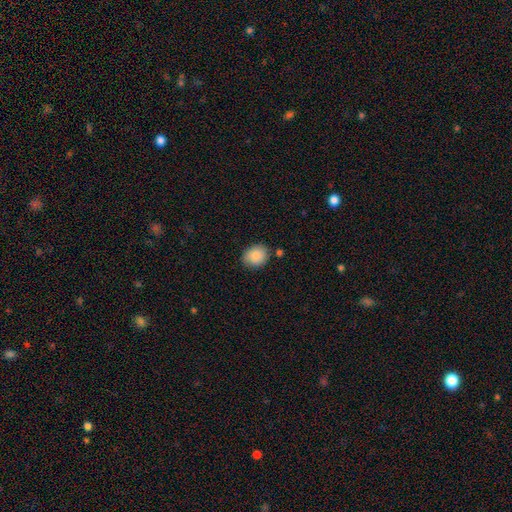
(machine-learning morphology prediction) smooth_or_featured: smooth (p=0.88) [alt: star or artifact p=0.07]
how_rounded: round (p=0.60) [alt: in between p=0.39]
merging: none (p=0.80) [alt: minor disturbance p=0.13]